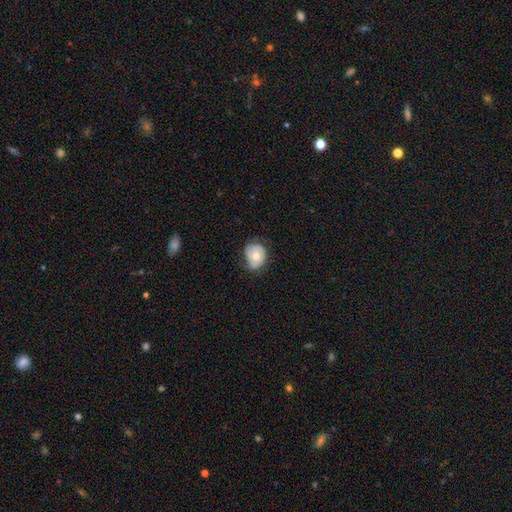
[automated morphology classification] This appears to be a smooth galaxy with no disk features (50%) that is round (54%). Merging: none (47%).